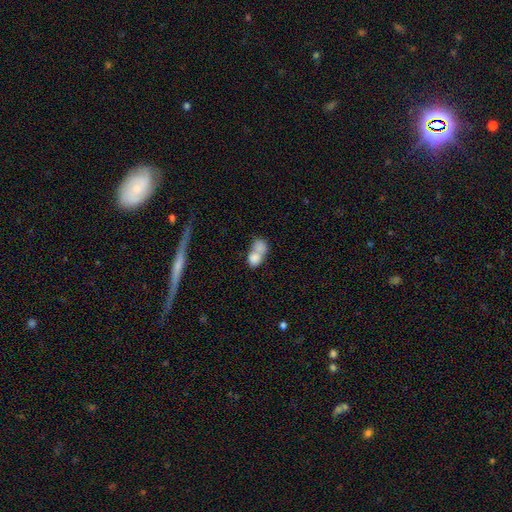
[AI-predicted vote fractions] smooth 77%, featured or disk 15%, star or artifact 8%. Down the decision tree: how rounded — in between (65%); merging — merger (70%).